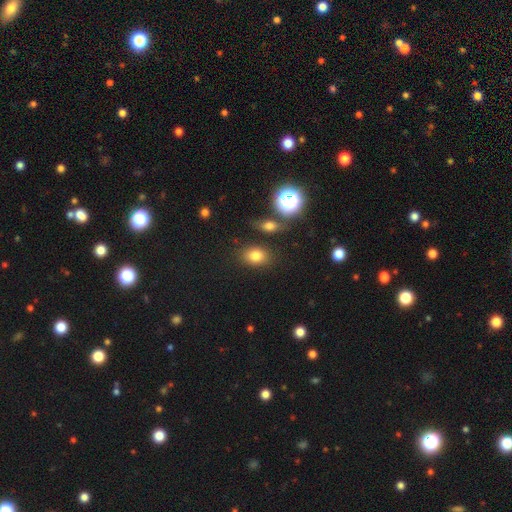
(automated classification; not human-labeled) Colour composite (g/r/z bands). It shows a smooth galaxy with no disk features (76%) that is in between round and cigar-shaped (70%). Merging: none (82%).